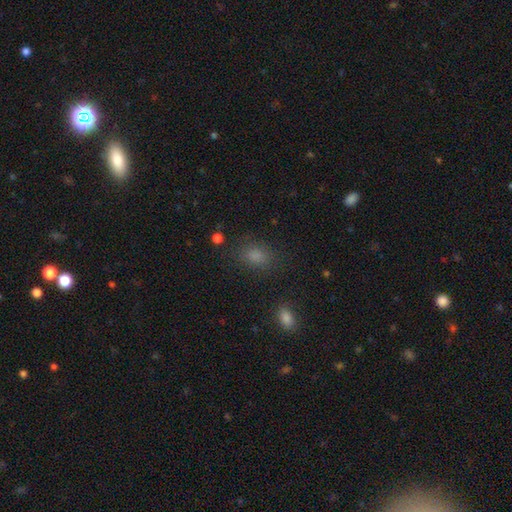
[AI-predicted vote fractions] Morphology: type=smooth (79%); roundness=in between (69%); merging=none (79%).